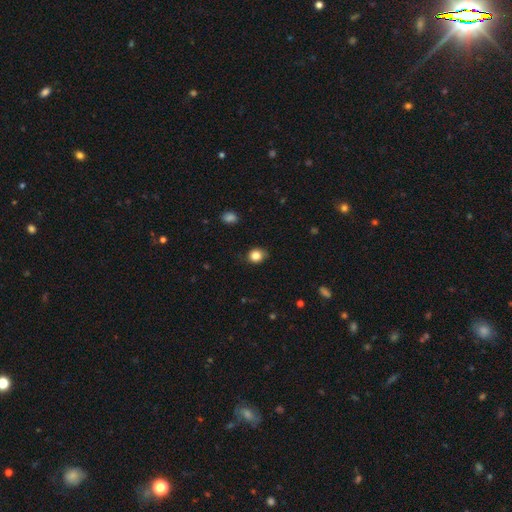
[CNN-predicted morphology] A smooth galaxy with no disk features (84%) that is round (68%).

Vote fractions:
- Smooth or featured? smooth: 84% / star or artifact: 11% / featured or disk: 5%
- How rounded? round: 68% / in between: 31% / cigar-shaped: 1%
- Merging? none: 80% / minor disturbance: 16% / major disturbance: 3% / merger: 1%